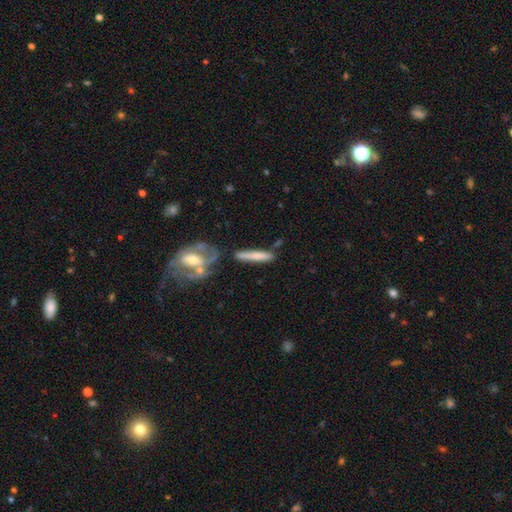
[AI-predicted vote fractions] The model was most divided on "smooth or featured": smooth: 64%, featured or disk: 30%, star or artifact: 6%. More confident: how rounded — cigar-shaped (90%); merging — none (73%).